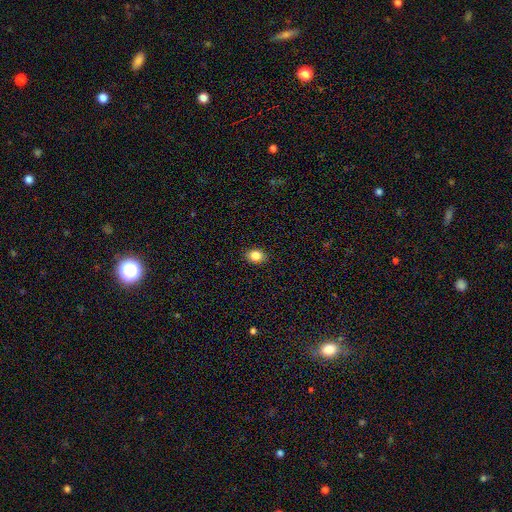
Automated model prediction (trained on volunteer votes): Smooth or featured: smooth — 85% (star or artifact — 10%)
How rounded: in between — 57% (round — 42%)
Merging: none — 89% (minor disturbance — 8%)